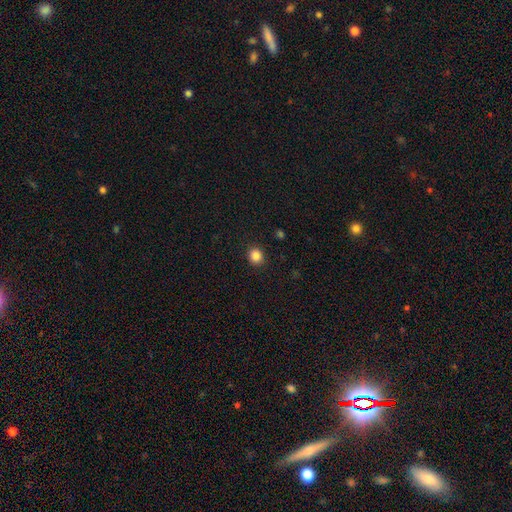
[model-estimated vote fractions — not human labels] smooth 86%, star or artifact 11%, featured or disk 3%. Down the decision tree: how rounded — round (84%); merging — none (91%).